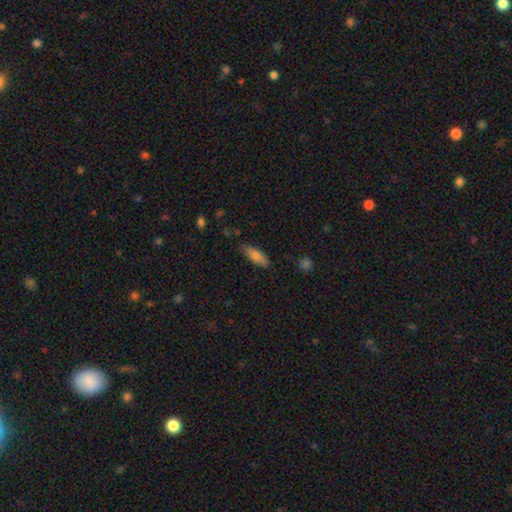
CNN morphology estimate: Smooth or featured?
  - smooth: 76% *
  - featured or disk: 18%
  - star or artifact: 7%
How rounded?
  - in between: 67% *
  - cigar-shaped: 30%
  - round: 2%
Merging?
  - none: 81% *
  - minor disturbance: 15%
  - major disturbance: 3%
  - merger: 2%